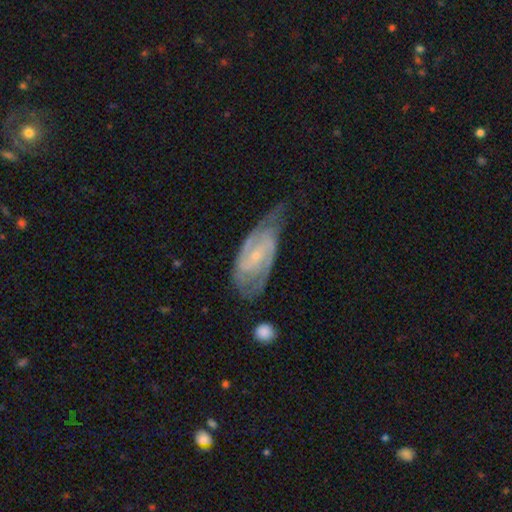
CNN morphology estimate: smooth-or-featured: featured or disk: 85% | smooth: 9% | star or artifact: 5%
  disk-edge-on: no: 94% | yes: 6%
    bar: weak: 47% | no: 35% | strong: 18%
    has-spiral-arms: yes: 96% | no: 4%
      spiral-winding: medium: 45% | tight: 42% | loose: 12%
      spiral-arm-count: 2: 71% | can't tell: 13% | 3: 9% | 1: 3% | 4: 2% | more than 4: 2%
    bulge-size: small: 76% | moderate: 18% | none: 3% | large: 1% | dominant: 1%
  merging: none: 56% | minor disturbance: 28% | major disturbance: 13% | merger: 3%